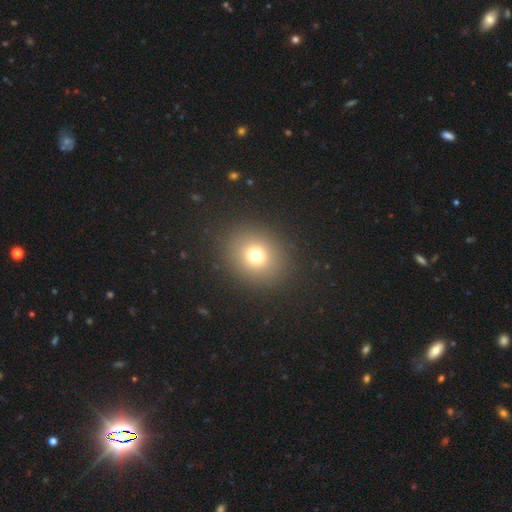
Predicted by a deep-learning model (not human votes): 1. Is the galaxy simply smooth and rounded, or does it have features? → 72% smooth, 18% star or artifact, 10% featured or disk.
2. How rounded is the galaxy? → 75% round, 24% in between, 1% cigar-shaped.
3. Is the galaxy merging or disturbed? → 89% none, 6% minor disturbance, 4% major disturbance, 1% merger.